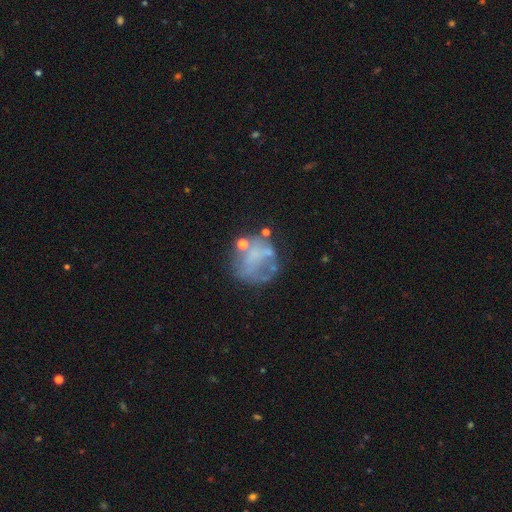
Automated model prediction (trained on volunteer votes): Smooth or featured: featured or disk — 48% (smooth — 35%)
Merging: none — 47% (major disturbance — 25%)